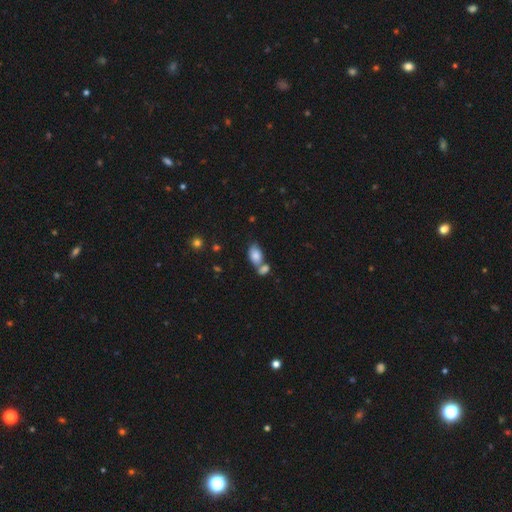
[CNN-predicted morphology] The model was most divided on "merging": merger: 51%, none: 33%, minor disturbance: 11%, major disturbance: 5%. More confident: how rounded — in between (88%); smooth or featured — smooth (81%).